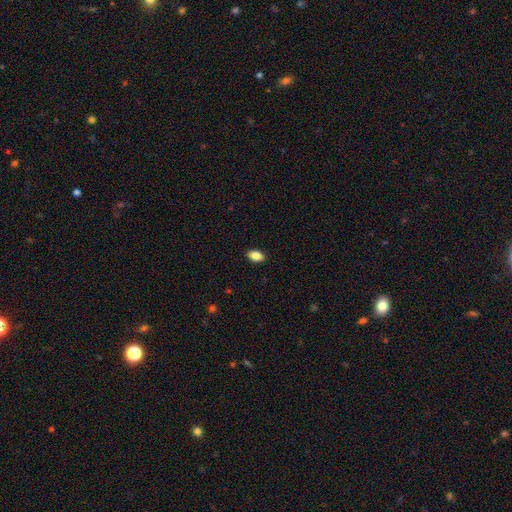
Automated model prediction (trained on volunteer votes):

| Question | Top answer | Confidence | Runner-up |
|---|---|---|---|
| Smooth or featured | smooth | 86% | star or artifact (8%) |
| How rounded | in between | 90% | round (9%) |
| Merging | none | 90% | minor disturbance (8%) |